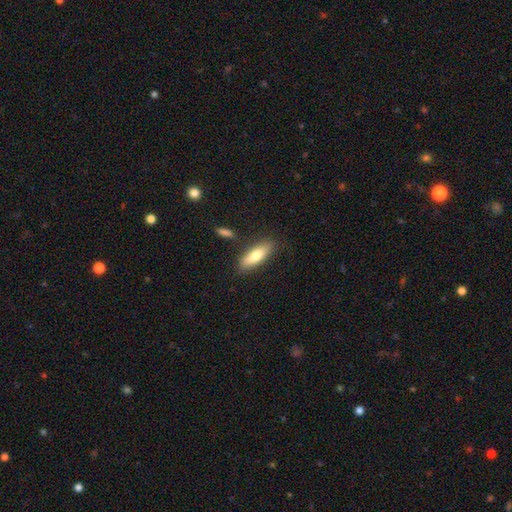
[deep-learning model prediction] This appears to be a smooth galaxy with no disk features (73%) that is in between round and cigar-shaped (55%). Merging: none (81%).